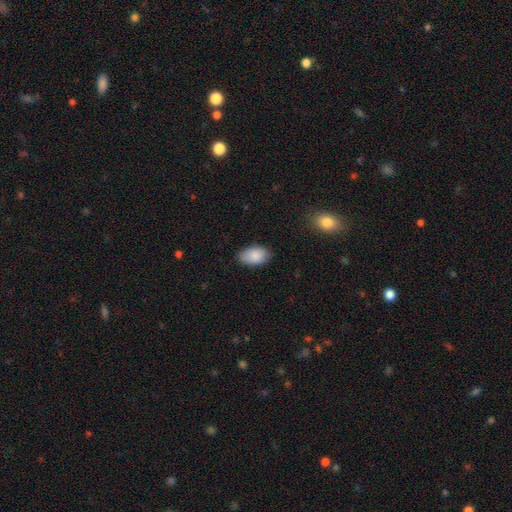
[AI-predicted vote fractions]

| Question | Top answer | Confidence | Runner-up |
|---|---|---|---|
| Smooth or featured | smooth | 88% | star or artifact (7%) |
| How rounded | in between | 93% | round (6%) |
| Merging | none | 83% | minor disturbance (14%) |